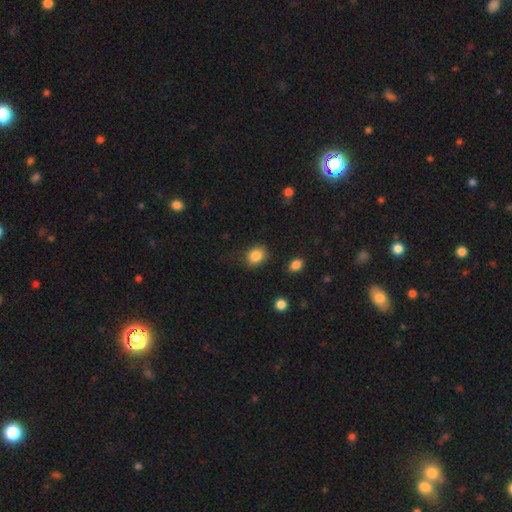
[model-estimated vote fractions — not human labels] Smooth or featured: smooth — 86% (star or artifact — 10%)
How rounded: round — 52% (in between — 47%)
Merging: none — 80% (minor disturbance — 14%)